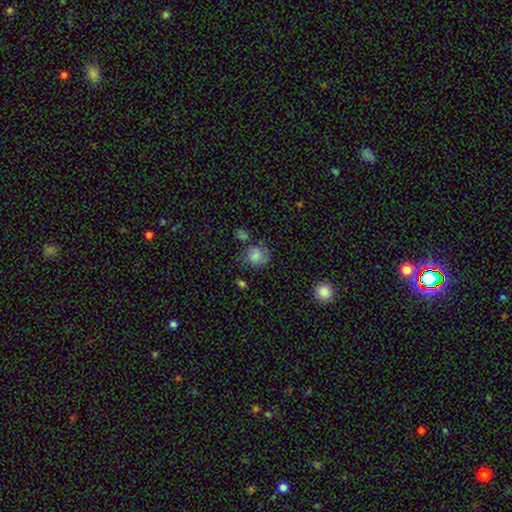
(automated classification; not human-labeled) A smooth galaxy with no disk features (75%) that is round (71%). Merging: none (58%).